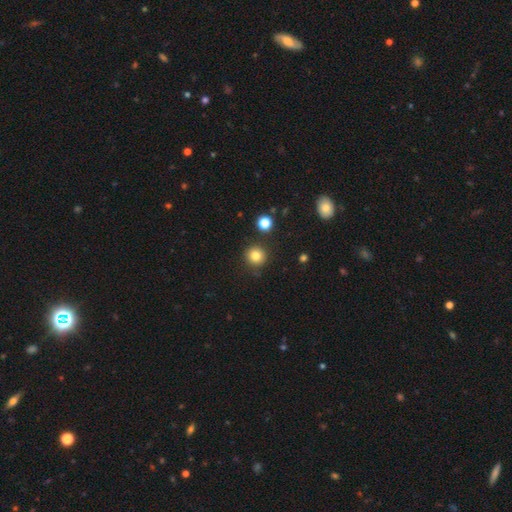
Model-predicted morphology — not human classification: Smooth or featured? smooth (82%)
How rounded? round (94%)
Merging? none (87%)